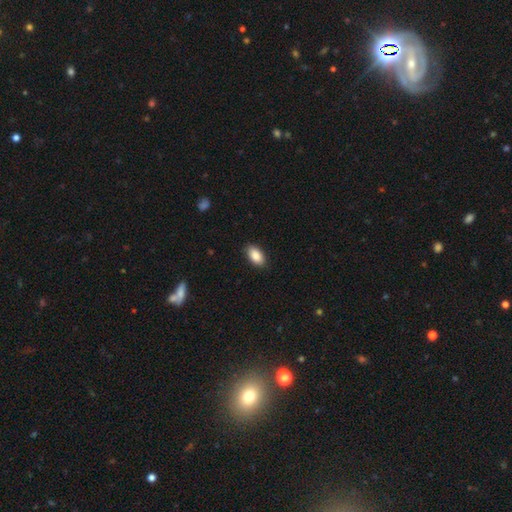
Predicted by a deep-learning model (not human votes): The model was most divided on "merging": none: 88%, minor disturbance: 9%, major disturbance: 2%, merger: 1%. More confident: how rounded — in between (93%); smooth or featured — smooth (89%).